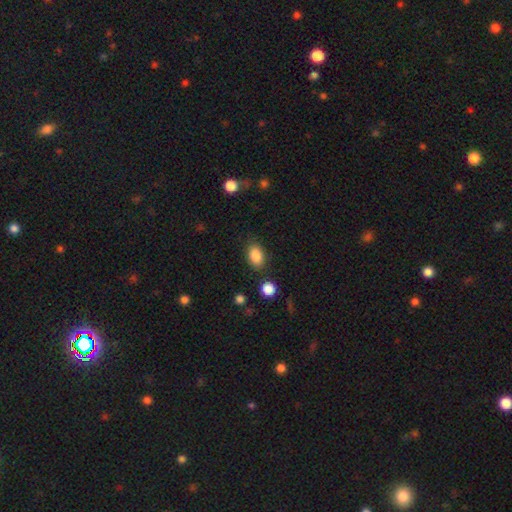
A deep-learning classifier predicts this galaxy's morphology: type=smooth (87%); roundness=in between (85%); merging=none (82%).